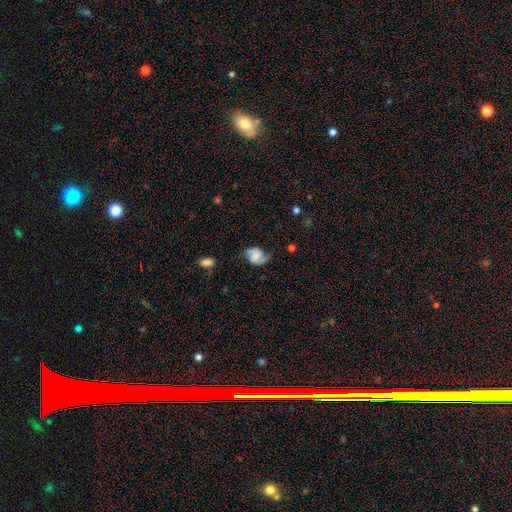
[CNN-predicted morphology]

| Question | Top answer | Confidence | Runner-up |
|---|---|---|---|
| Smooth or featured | featured or disk | 65% | smooth (26%) |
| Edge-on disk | no | 97% | yes (3%) |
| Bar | weak | 43% | no (40%) |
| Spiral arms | yes | 92% | no (8%) |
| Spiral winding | medium | 44% | loose (37%) |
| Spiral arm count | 2 | 85% | 1 (7%) |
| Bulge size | none | 38% | small (27%) |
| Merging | none | 61% | minor disturbance (25%) |